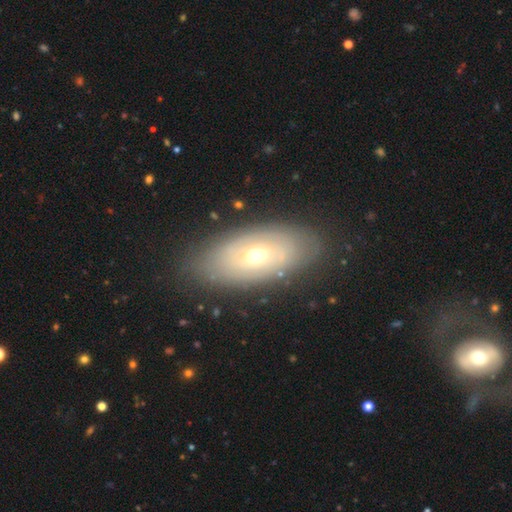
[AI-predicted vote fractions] The model was most divided on "smooth or featured": featured or disk: 47%, smooth: 44%, star or artifact: 9%. More confident: merging — none (83%).